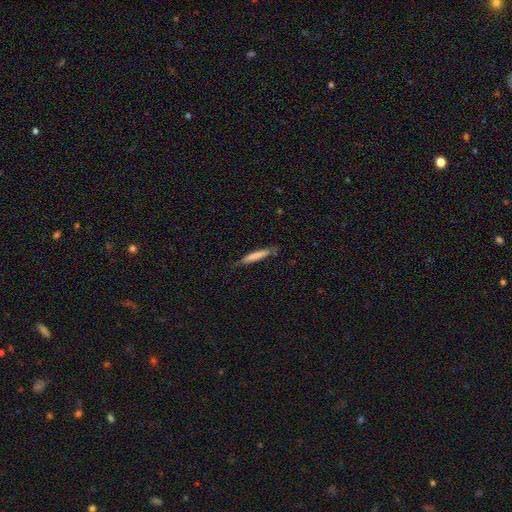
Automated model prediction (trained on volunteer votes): A smooth galaxy with no disk features (75%) that is cigar-shaped (92%).

Vote fractions:
- Smooth or featured? smooth: 75% / featured or disk: 20% / star or artifact: 6%
- How rounded? cigar-shaped: 92% / in between: 7% / round: 1%
- Merging? none: 79% / minor disturbance: 16% / major disturbance: 3% / merger: 1%